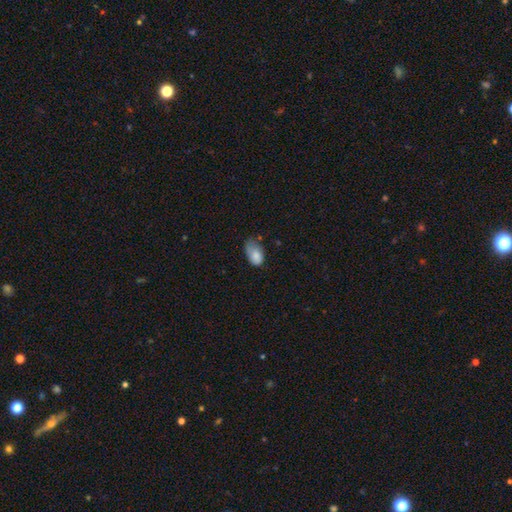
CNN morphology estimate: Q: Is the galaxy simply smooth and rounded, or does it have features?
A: smooth — 79%.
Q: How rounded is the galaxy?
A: in between — 91%.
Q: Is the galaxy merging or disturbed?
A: minor disturbance — 45%.